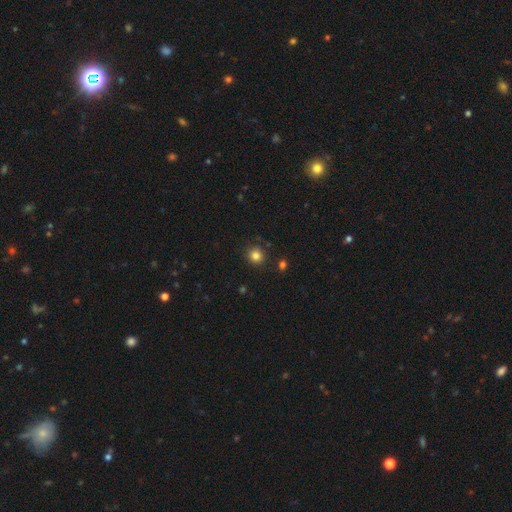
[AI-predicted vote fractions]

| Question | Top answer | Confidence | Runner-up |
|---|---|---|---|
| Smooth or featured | smooth | 82% | star or artifact (13%) |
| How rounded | round | 89% | in between (10%) |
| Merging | none | 86% | minor disturbance (9%) |